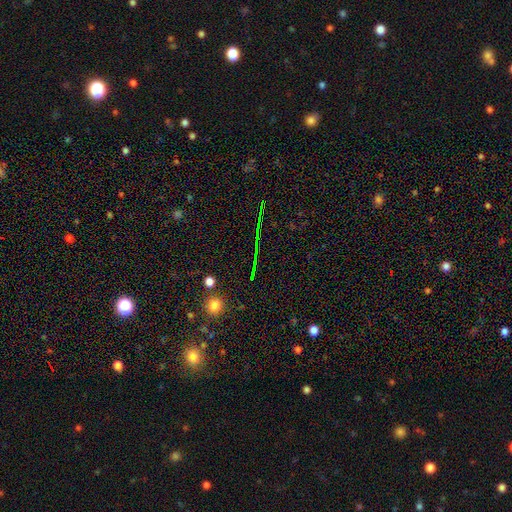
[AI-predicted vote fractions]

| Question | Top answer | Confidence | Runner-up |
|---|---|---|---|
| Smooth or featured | star or artifact | 72% | smooth (15%) |